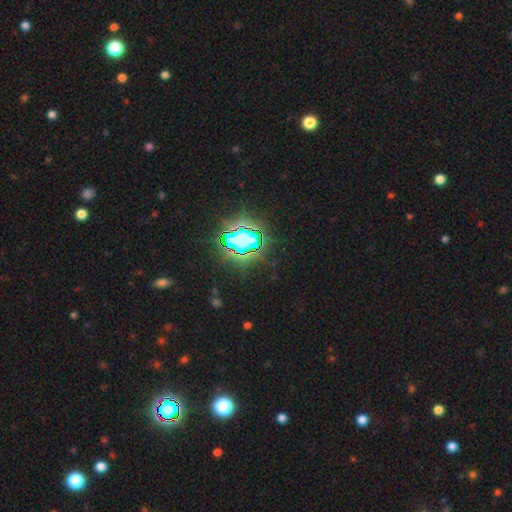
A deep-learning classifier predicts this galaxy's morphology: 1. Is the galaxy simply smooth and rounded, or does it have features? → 71% star or artifact, 18% smooth, 11% featured or disk.